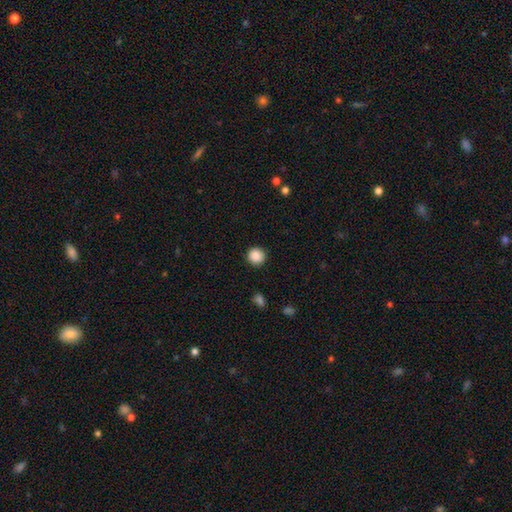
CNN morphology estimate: type=smooth (88%); roundness=round (94%); merging=none (92%).